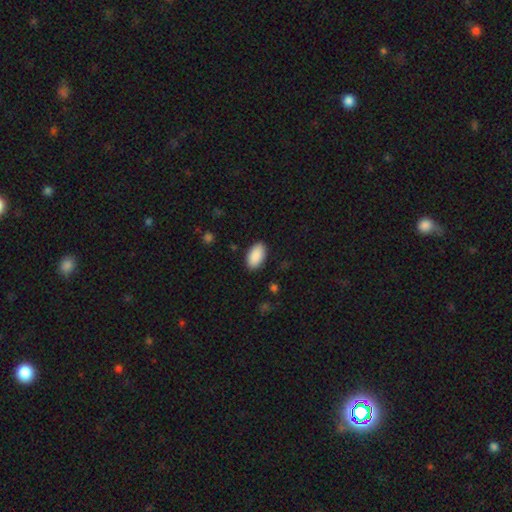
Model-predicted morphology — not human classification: Smooth or featured? smooth (91%)
How rounded? in between (96%)
Merging? none (89%)